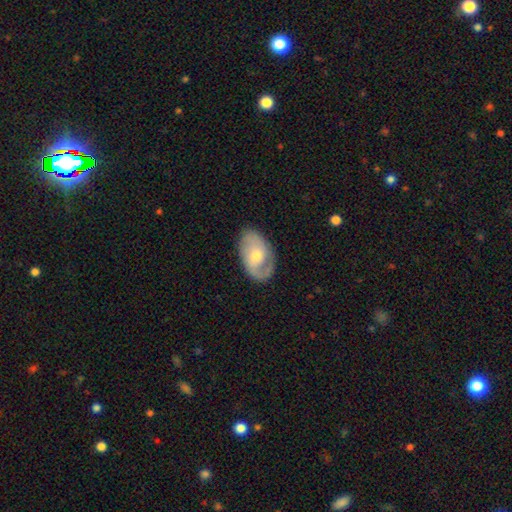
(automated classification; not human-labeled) featured or disk 65%, smooth 30%, star or artifact 6%. Down the decision tree: edge-on disk — no (95%); bar — no (60%); spiral arms — yes (83%); spiral arm count — 2 (60%); spiral winding — medium (42%); bulge size — moderate (55%); merging — none (74%).